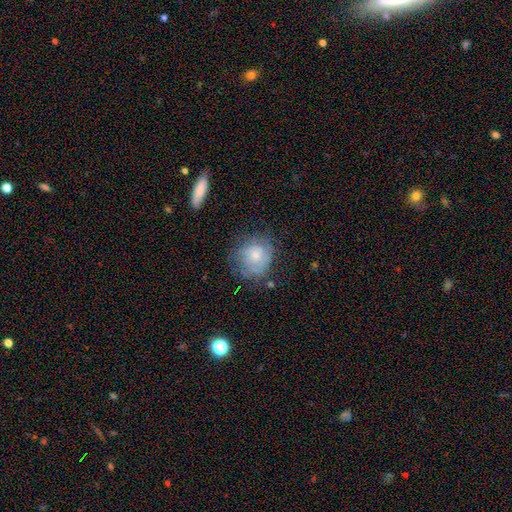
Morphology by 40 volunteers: This appears to be a smooth galaxy with no disk features (62%) that is round (76%). Merging: none (62%).